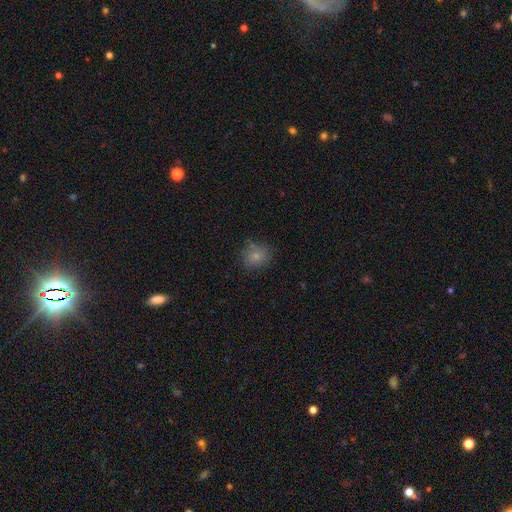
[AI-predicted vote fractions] This is likely a smooth galaxy (79%). How rounded: likely round (79%). Merging: likely none (74%).